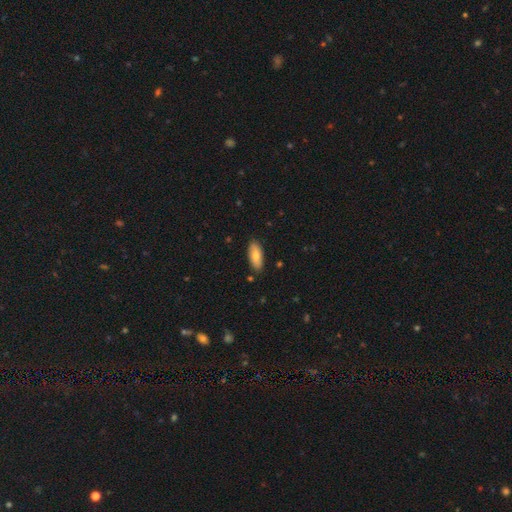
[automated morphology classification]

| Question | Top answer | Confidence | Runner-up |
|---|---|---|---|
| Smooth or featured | smooth | 80% | featured or disk (14%) |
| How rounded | in between | 83% | cigar-shaped (15%) |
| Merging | none | 85% | minor disturbance (11%) |